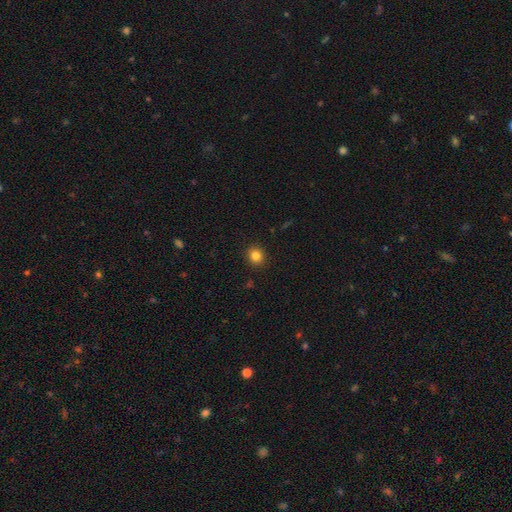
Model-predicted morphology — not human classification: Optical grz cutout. It shows a smooth galaxy with no disk features (83%) that is round (83%). Merging: none (91%).